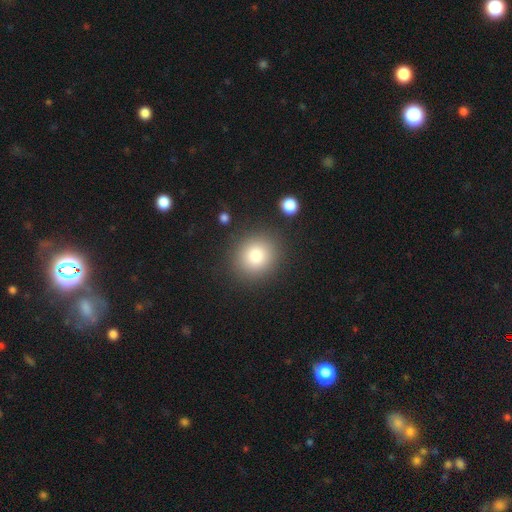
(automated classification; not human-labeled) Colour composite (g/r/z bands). It shows a smooth galaxy with no disk features (82%) that is round (84%). Merging: none (86%).